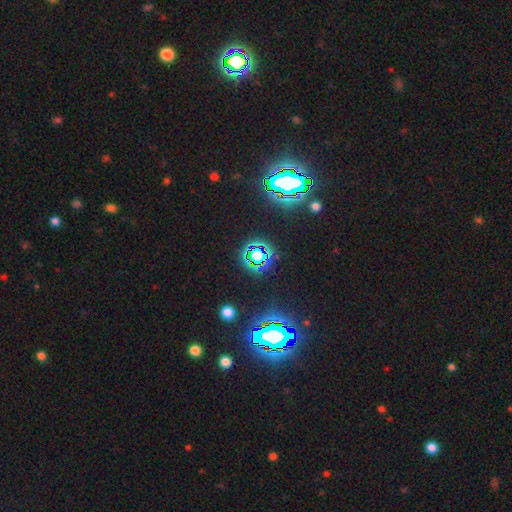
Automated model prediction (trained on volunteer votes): Smooth or featured? Predicted: star or artifact (p=0.67).